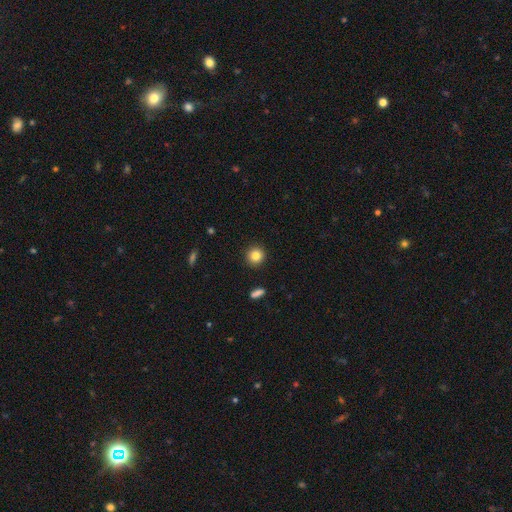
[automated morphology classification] Q: Smooth or featured?
A: smooth (83%); runner-up: star or artifact (10%)
Q: How rounded?
A: round (93%); runner-up: in between (6%)
Q: Merging?
A: none (92%); runner-up: minor disturbance (5%)